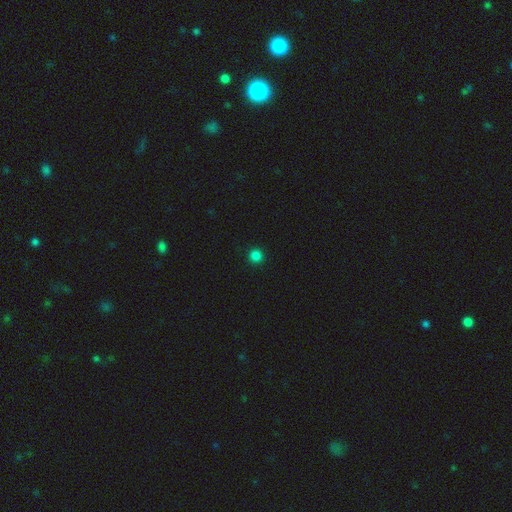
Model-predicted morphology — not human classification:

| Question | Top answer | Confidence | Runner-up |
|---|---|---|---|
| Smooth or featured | smooth | 84% | star or artifact (14%) |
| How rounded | round | 96% | in between (3%) |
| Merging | none | 94% | minor disturbance (4%) |